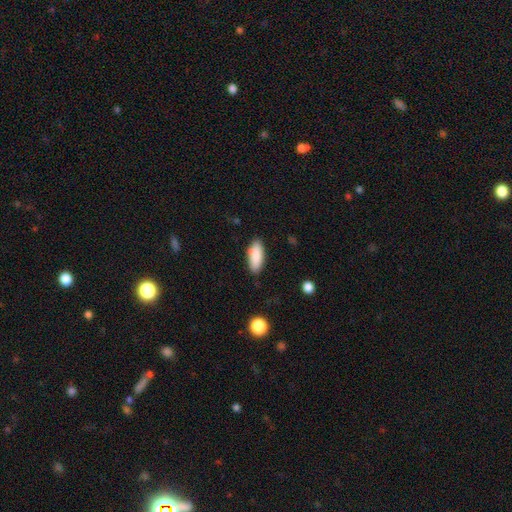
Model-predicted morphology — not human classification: Smooth or featured? Predicted: smooth (p=0.88). How rounded? Predicted: in between (p=0.79). Merging? Predicted: none (p=0.86).